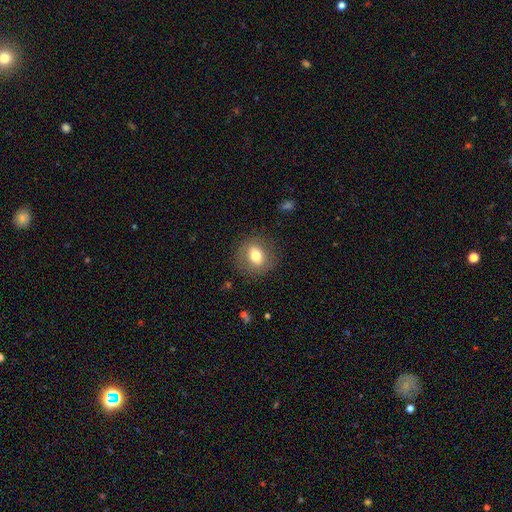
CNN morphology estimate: Smooth or featured?
  - smooth: 71% *
  - featured or disk: 20%
  - star or artifact: 9%
How rounded?
  - round: 70% *
  - in between: 28%
  - cigar-shaped: 1%
Merging?
  - none: 84% *
  - minor disturbance: 11%
  - major disturbance: 5%
  - merger: 1%